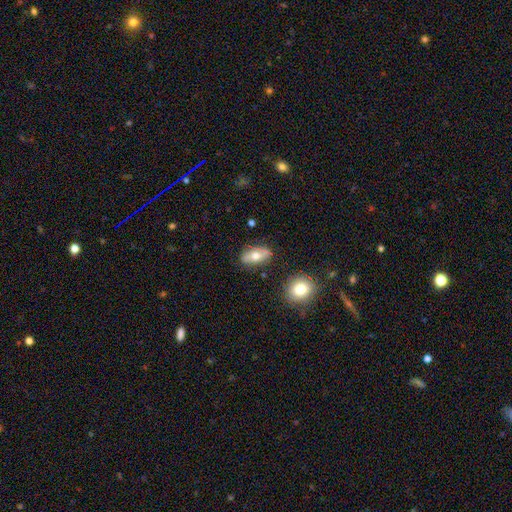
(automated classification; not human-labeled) Smooth or featured: smooth — 54% (featured or disk — 38%)
How rounded: in between — 84% (cigar-shaped — 8%)
Merging: none — 80% (minor disturbance — 14%)